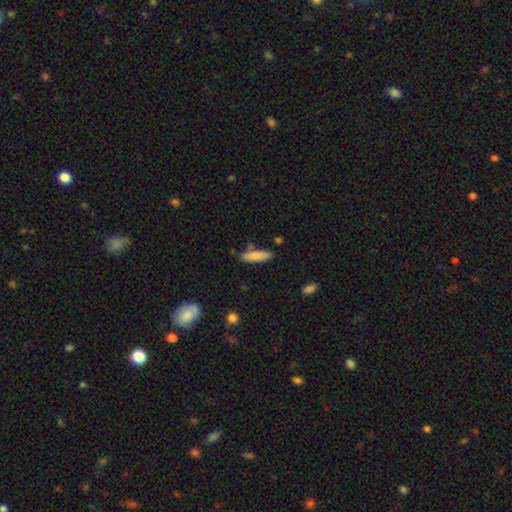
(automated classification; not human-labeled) smooth 83%, featured or disk 11%, star or artifact 6%. Down the decision tree: how rounded — cigar-shaped (66%); merging — none (77%).